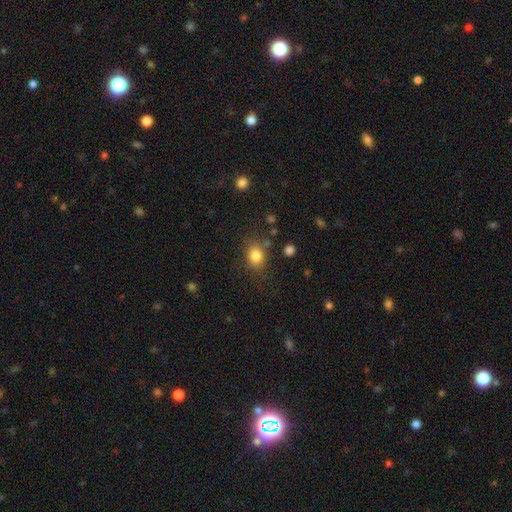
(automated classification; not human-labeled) smooth 82%, star or artifact 11%, featured or disk 7%. Down the decision tree: how rounded — round (53%); merging — none (77%).